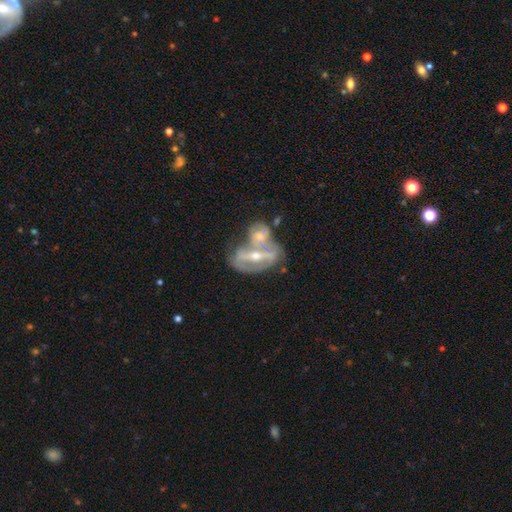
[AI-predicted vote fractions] smooth-or-featured: featured or disk: 77% | smooth: 17% | star or artifact: 6%
  disk-edge-on: no: 91% | yes: 9%
    bar: strong: 51% | weak: 27% | no: 21%
    has-spiral-arms: yes: 61% | no: 39%
    bulge-size: moderate: 59% | small: 37% | large: 2% | none: 1% | dominant: 1%
  merging: merger: 64% | none: 20% | minor disturbance: 9% | major disturbance: 7%